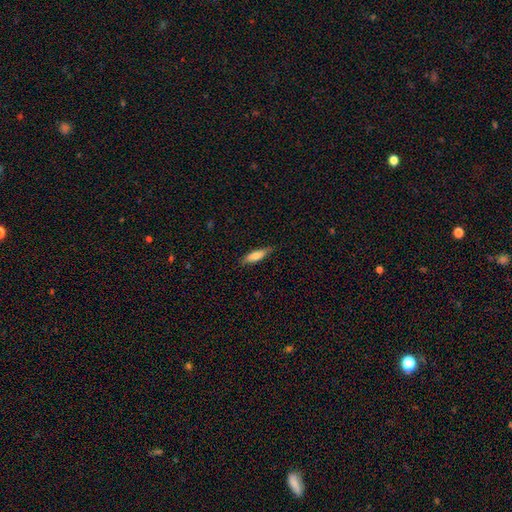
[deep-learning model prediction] Q: Smooth or featured?
A: smooth (75%); runner-up: featured or disk (19%)
Q: How rounded?
A: cigar-shaped (57%); runner-up: in between (41%)
Q: Merging?
A: none (81%); runner-up: minor disturbance (15%)